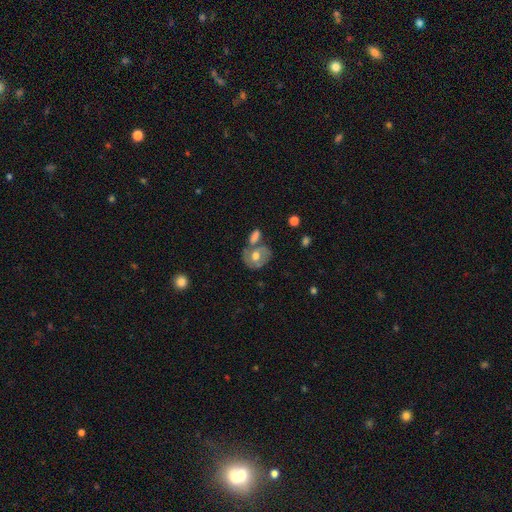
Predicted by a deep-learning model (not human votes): Smooth or featured: smooth — 47% (featured or disk — 46%)
Merging: none — 48% (merger — 26%)